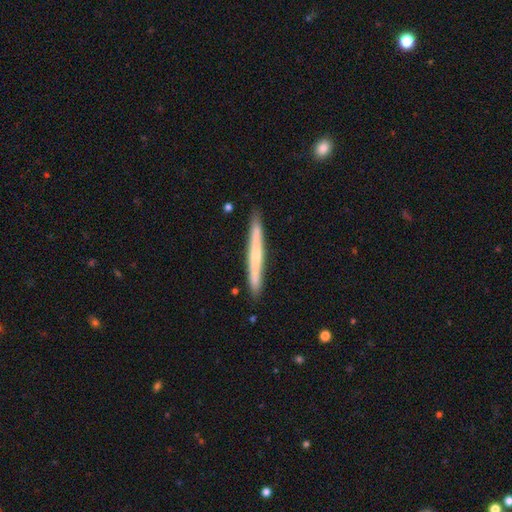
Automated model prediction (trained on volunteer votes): A featured or disk galaxy (48%). Merging: none (90%).